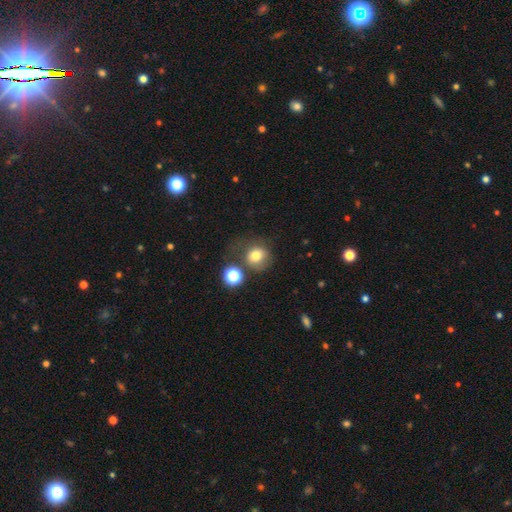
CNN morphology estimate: smooth-or-featured: smooth: 76% | star or artifact: 13% | featured or disk: 11%
  how-rounded: round: 82% | in between: 17% | cigar-shaped: 1%
  merging: none: 59% | minor disturbance: 18% | merger: 12% | major disturbance: 11%